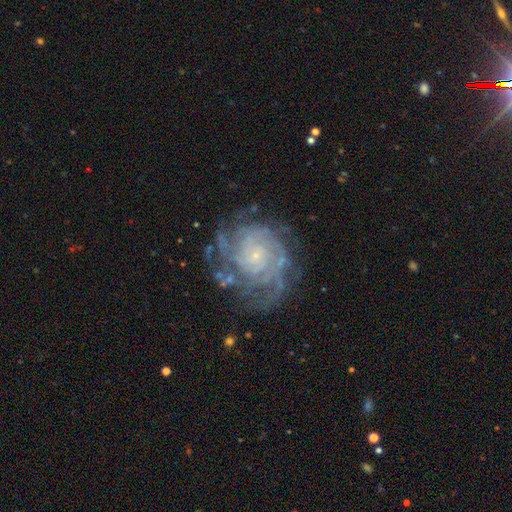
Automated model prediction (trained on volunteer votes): A featured or disk galaxy (86%) with no bar (75%), tight (71%) spiral arms (96%) and a small central bulge (82%).

Vote fractions:
- Smooth or featured? featured or disk: 86% / star or artifact: 7% / smooth: 7%
- Edge-on disk? no: 98% / yes: 2%
- Bar? no: 75% / weak: 20% / strong: 5%
- Spiral arms? yes: 96% / no: 4%
- Spiral winding? tight: 71% / medium: 24% / loose: 5%
- Spiral arm count? can't tell: 28% / 4: 24% / more than 4: 16% / 3: 14% / 2: 10% / 1: 7%
- Bulge size? small: 82% / moderate: 9% / none: 6% / large: 1% / dominant: 1%
- Merging? none: 70% / minor disturbance: 18% / major disturbance: 10% / merger: 2%